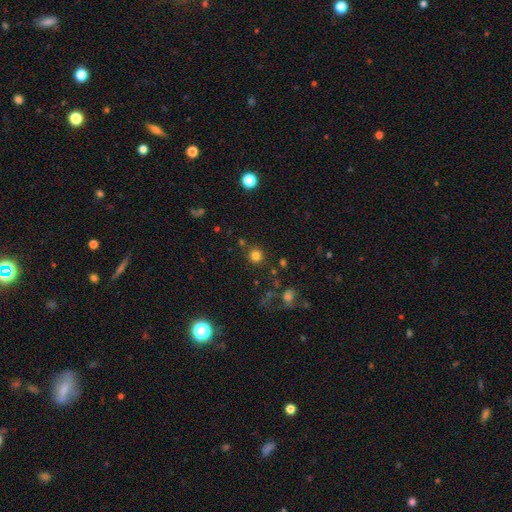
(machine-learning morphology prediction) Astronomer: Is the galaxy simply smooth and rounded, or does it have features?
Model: smooth — 79%.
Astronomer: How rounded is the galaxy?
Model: round — 93%.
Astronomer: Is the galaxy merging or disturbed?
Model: none — 84%.